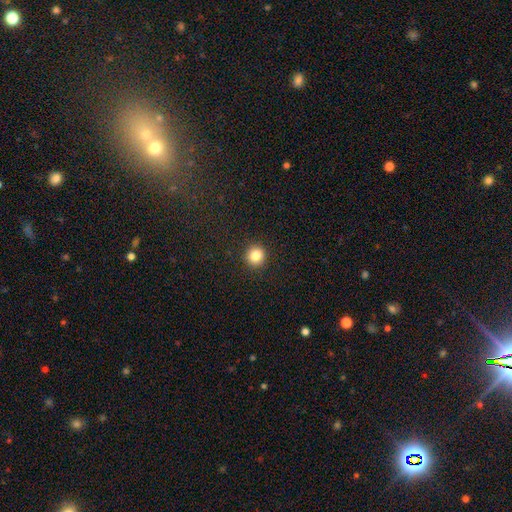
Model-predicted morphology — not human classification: The model was most divided on "smooth or featured": smooth: 84%, star or artifact: 11%, featured or disk: 5%. More confident: merging — none (92%); how rounded — round (92%).